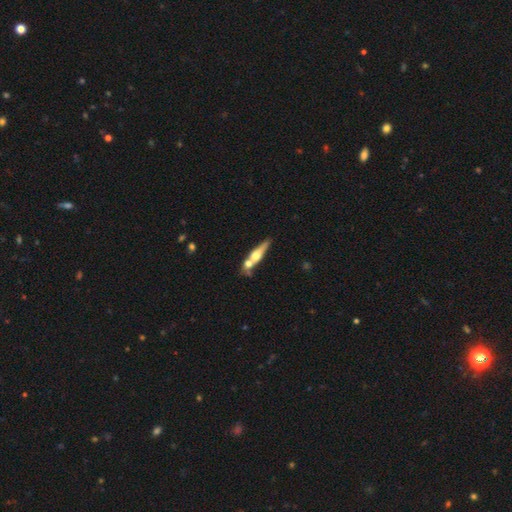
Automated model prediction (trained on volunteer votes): A featured or disk galaxy (55%) viewed edge-on (85%).

Vote fractions:
- Smooth or featured? featured or disk: 55% / smooth: 39% / star or artifact: 6%
- Edge-on disk? yes: 85% / no: 15%
- Merging? none: 45% / merger: 37% / minor disturbance: 12% / major disturbance: 5%